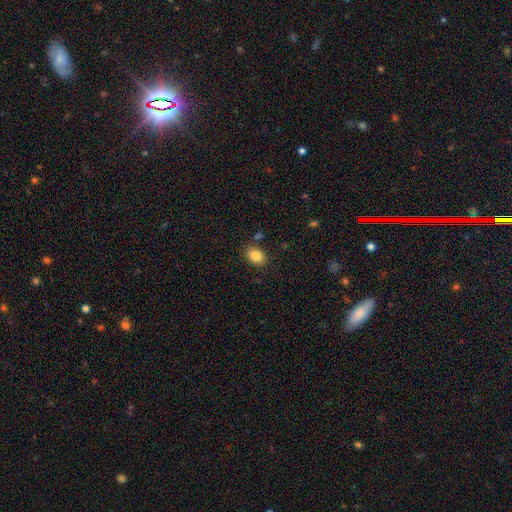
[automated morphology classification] type=smooth (85%); roundness=in between (76%); merging=none (83%).